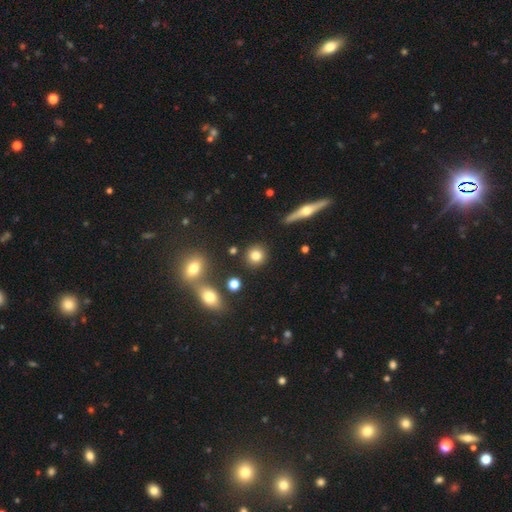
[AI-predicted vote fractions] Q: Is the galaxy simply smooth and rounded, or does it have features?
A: smooth — 80%.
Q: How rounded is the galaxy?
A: round — 89%.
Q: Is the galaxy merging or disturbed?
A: none — 88%.